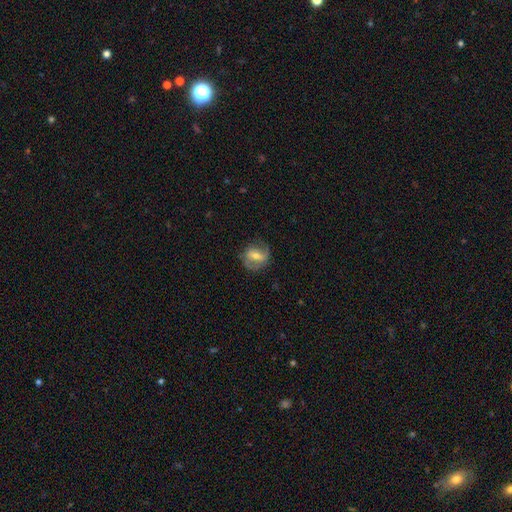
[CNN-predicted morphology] The model was most divided on "bar": strong: 44%, weak: 37%, no: 19%. More confident: edge-on disk — no (94%); spiral arms — yes (72%); merging — none (70%); smooth or featured — featured or disk (59%); bulge size — moderate (53%).